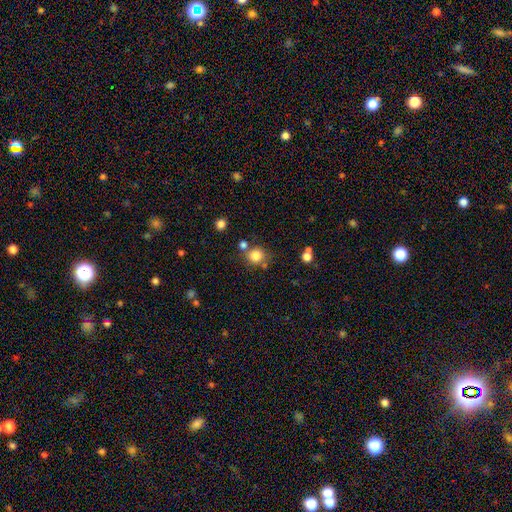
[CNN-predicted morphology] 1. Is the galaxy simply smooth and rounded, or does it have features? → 82% smooth, 12% star or artifact, 6% featured or disk.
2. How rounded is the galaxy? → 86% round, 13% in between, 1% cigar-shaped.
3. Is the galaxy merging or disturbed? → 71% none, 14% merger, 11% minor disturbance, 4% major disturbance.